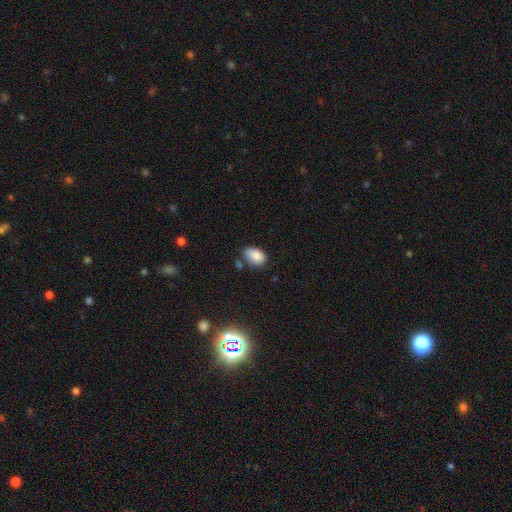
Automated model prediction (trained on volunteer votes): Q: Smooth or featured?
A: smooth (85%); runner-up: star or artifact (9%)
Q: How rounded?
A: in between (88%); runner-up: round (11%)
Q: Merging?
A: none (66%); runner-up: minor disturbance (22%)